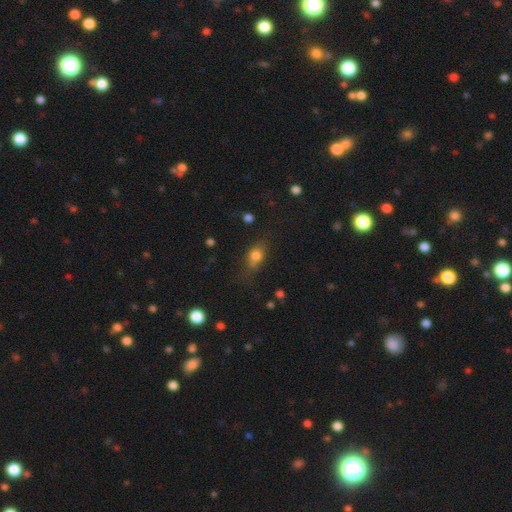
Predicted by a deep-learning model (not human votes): The model was most divided on "how rounded": in between: 59%, round: 32%, cigar-shaped: 10%. More confident: smooth or featured — smooth (71%); merging — none (59%).